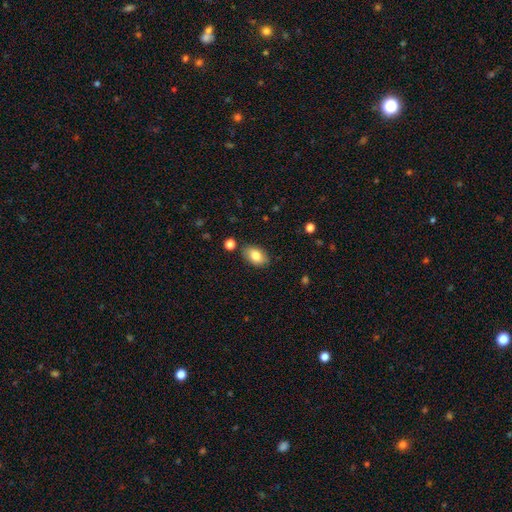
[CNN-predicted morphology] Q: Smooth or featured?
A: smooth (80%); runner-up: featured or disk (12%)
Q: How rounded?
A: in between (90%); runner-up: round (8%)
Q: Merging?
A: none (82%); runner-up: minor disturbance (12%)